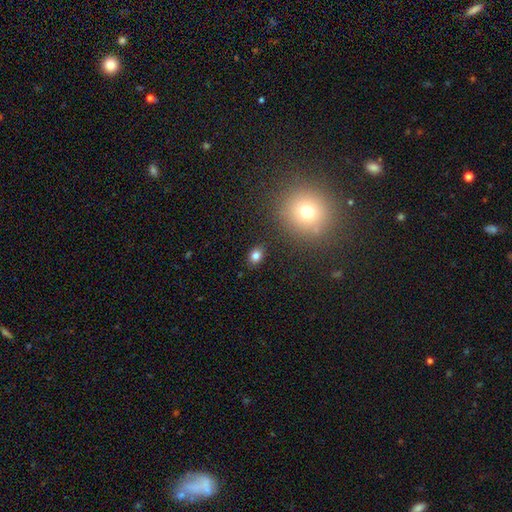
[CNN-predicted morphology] smooth 80%, star or artifact 13%, featured or disk 7%. Down the decision tree: how rounded — in between (63%); merging — none (86%).